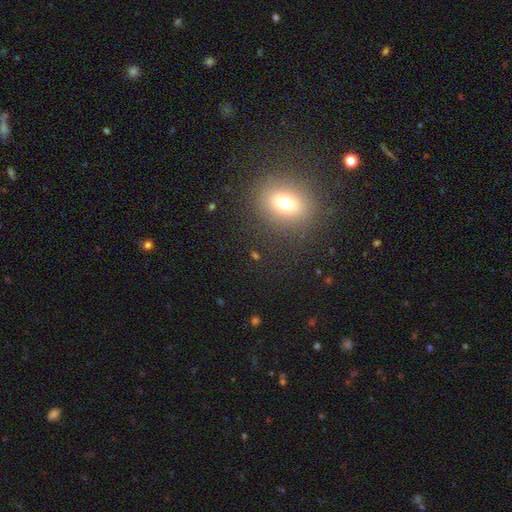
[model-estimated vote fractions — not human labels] Morphology: type=smooth (63%); roundness=round (57%); merging=none (85%).